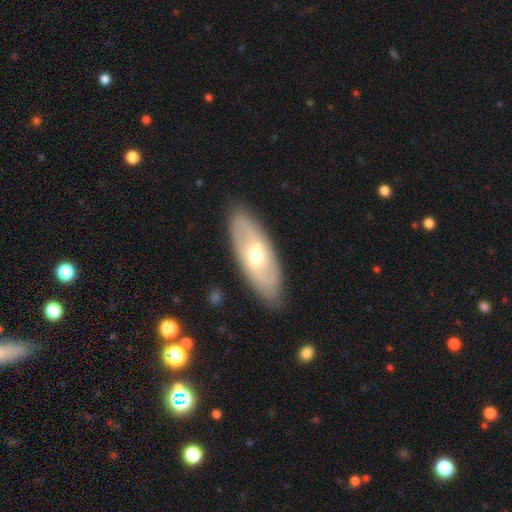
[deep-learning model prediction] This is possibly a featured or disk galaxy (51%). It is clearly not viewed edge-on (80%). Merging: clearly none (86%).